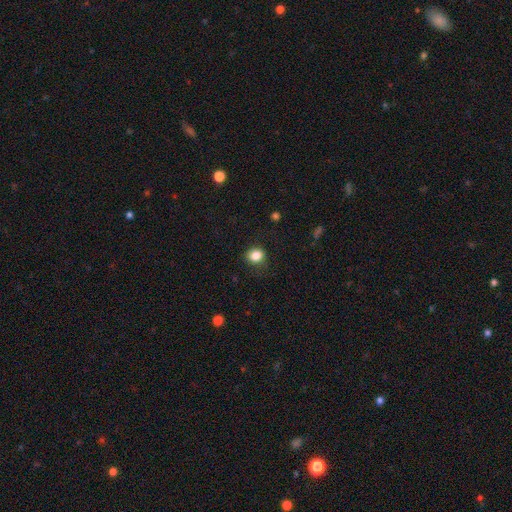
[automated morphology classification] Q: Smooth or featured?
A: smooth (85%); runner-up: star or artifact (10%)
Q: How rounded?
A: round (72%); runner-up: in between (27%)
Q: Merging?
A: none (81%); runner-up: minor disturbance (14%)